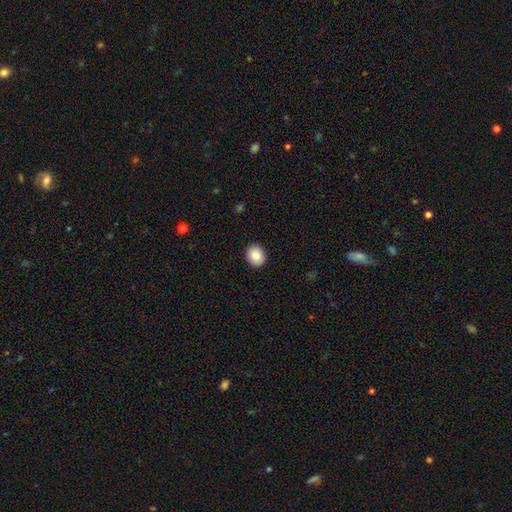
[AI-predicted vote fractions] Overall: smooth (86%). How rounded: round (69%; in between 30%). Merging: none (91%).